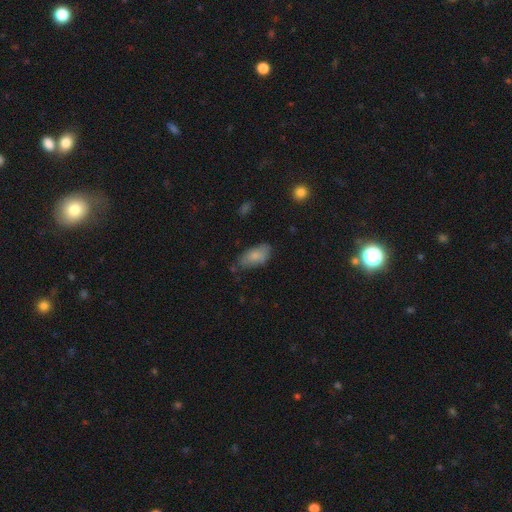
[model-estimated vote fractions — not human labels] Smooth or featured?
  - smooth: 81% *
  - featured or disk: 12%
  - star or artifact: 7%
How rounded?
  - in between: 92% *
  - cigar-shaped: 4%
  - round: 3%
Merging?
  - none: 66% *
  - minor disturbance: 25%
  - major disturbance: 6%
  - merger: 3%